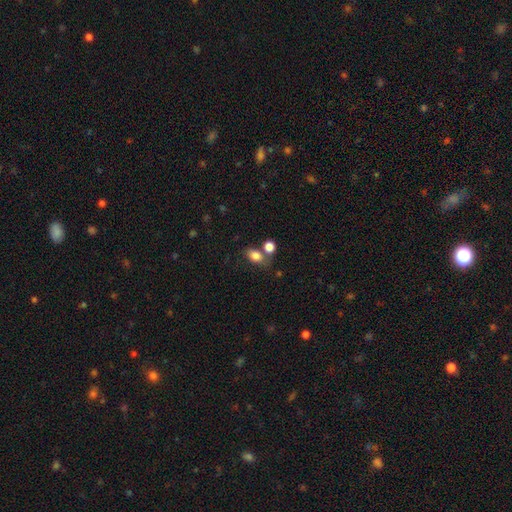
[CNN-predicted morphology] Overall: smooth (83%). How rounded: in between (76%). Merging: none (54%; merger 27%).